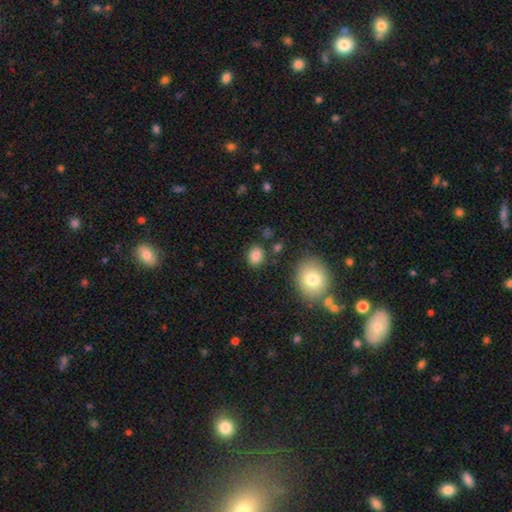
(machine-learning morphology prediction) Smooth or featured? smooth (83%)
How rounded? in between (57%)
Merging? none (83%)